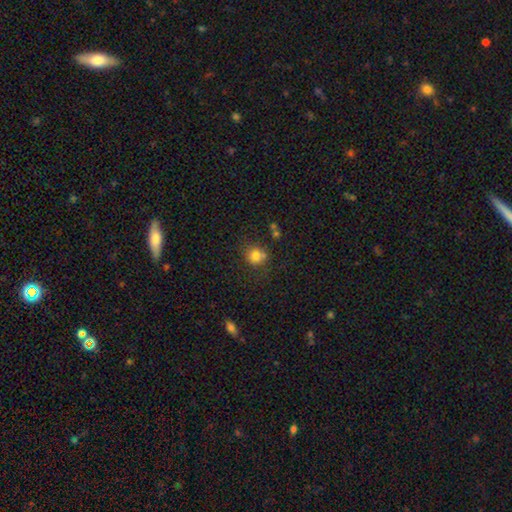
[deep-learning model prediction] Smooth or featured? Predicted: smooth (p=0.79). How rounded? Predicted: round (p=0.82). Merging? Predicted: none (p=0.66).